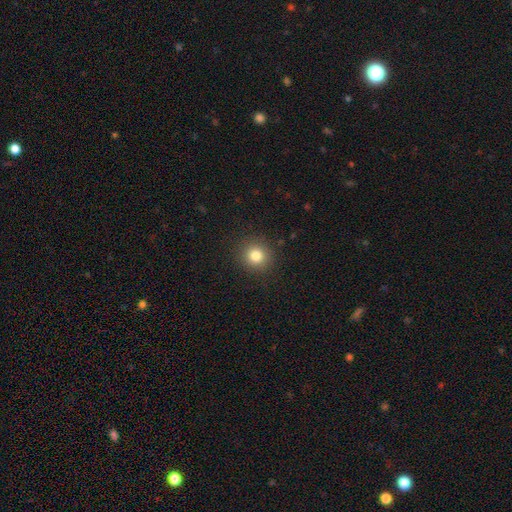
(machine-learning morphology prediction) Smooth or featured? Predicted: smooth (p=0.82). How rounded? Predicted: round (p=0.92). Merging? Predicted: none (p=0.91).